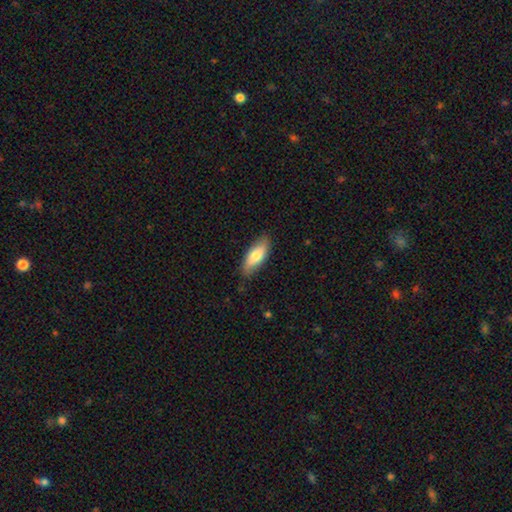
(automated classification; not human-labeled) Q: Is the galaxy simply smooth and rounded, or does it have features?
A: smooth — 75%.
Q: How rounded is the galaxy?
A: in between — 77%.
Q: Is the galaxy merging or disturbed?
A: none — 83%.